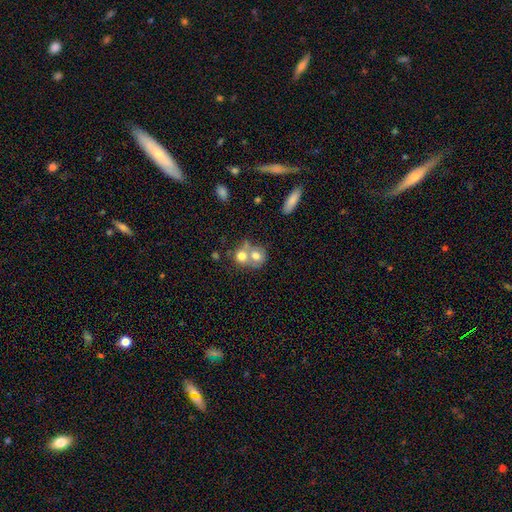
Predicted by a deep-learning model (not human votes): Morphology: type=smooth (68%); roundness=round (68%); merging=merger (64%).